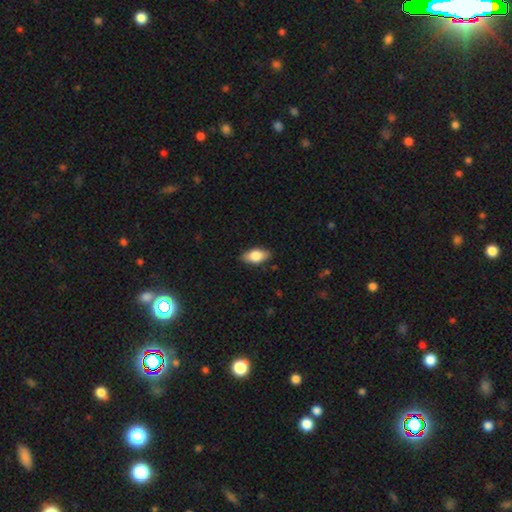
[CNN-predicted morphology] smooth_or_featured: smooth (p=0.75) [alt: featured or disk p=0.19]
how_rounded: in between (p=0.88) [alt: cigar-shaped p=0.07]
merging: none (p=0.85) [alt: minor disturbance p=0.12]